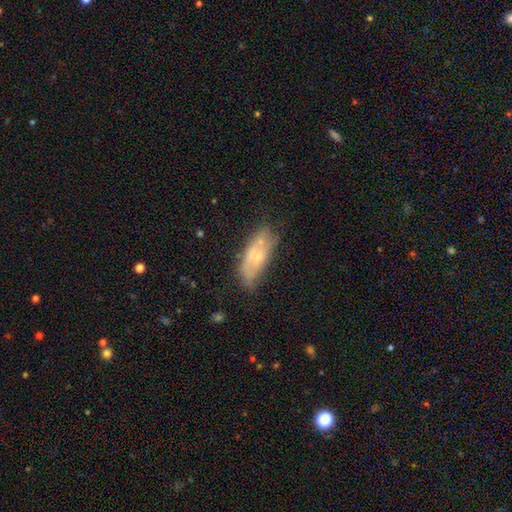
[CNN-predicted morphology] smooth_or_featured: smooth (p=0.48) [alt: featured or disk p=0.43]
merging: none (p=0.50) [alt: minor disturbance p=0.26]